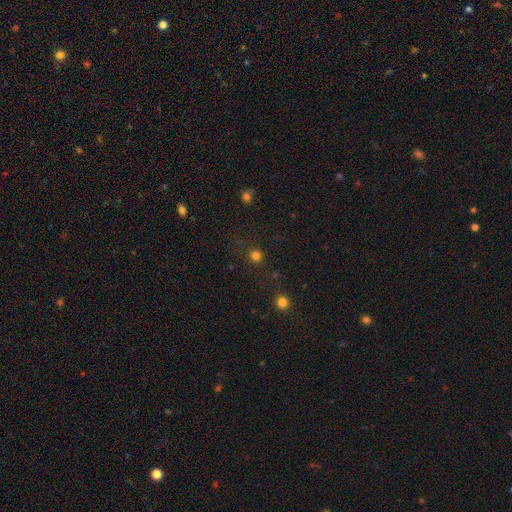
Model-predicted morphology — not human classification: A smooth galaxy with no disk features (78%) that is round (94%).

Vote fractions:
- Smooth or featured? smooth: 78% / star or artifact: 18% / featured or disk: 4%
- How rounded? round: 94% / in between: 5% / cigar-shaped: 1%
- Merging? none: 87% / minor disturbance: 7% / major disturbance: 3% / merger: 2%